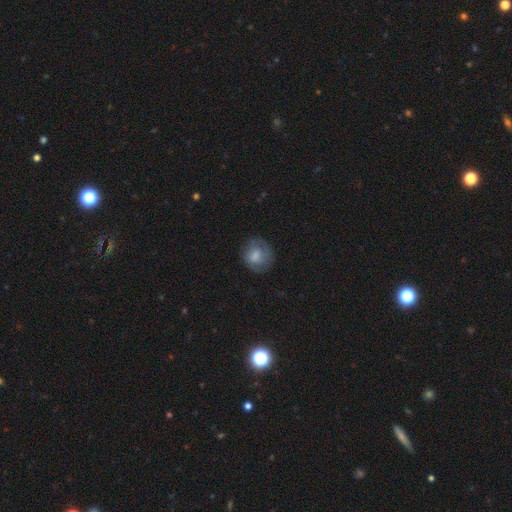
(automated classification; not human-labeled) Smooth or featured?
  - smooth: 68% *
  - featured or disk: 24%
  - star or artifact: 8%
How rounded?
  - round: 76% *
  - in between: 23%
  - cigar-shaped: 1%
Merging?
  - none: 73% *
  - minor disturbance: 18%
  - major disturbance: 7%
  - merger: 1%